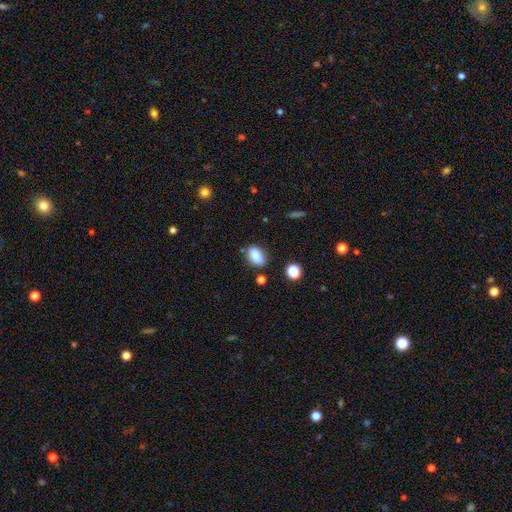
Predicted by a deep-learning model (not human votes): Smooth or featured?
  - smooth: 86% *
  - star or artifact: 9%
  - featured or disk: 5%
How rounded?
  - in between: 85% *
  - round: 12%
  - cigar-shaped: 3%
Merging?
  - none: 75% *
  - minor disturbance: 16%
  - merger: 5%
  - major disturbance: 4%